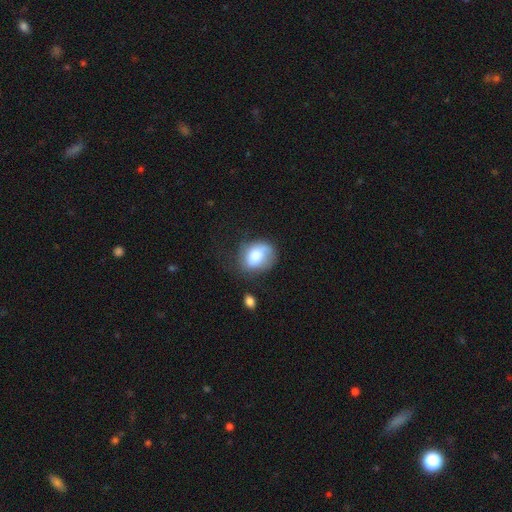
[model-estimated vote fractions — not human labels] Q: Smooth or featured?
A: smooth (67%); runner-up: featured or disk (25%)
Q: How rounded?
A: in between (52%); runner-up: round (47%)
Q: Merging?
A: none (50%); runner-up: minor disturbance (29%)